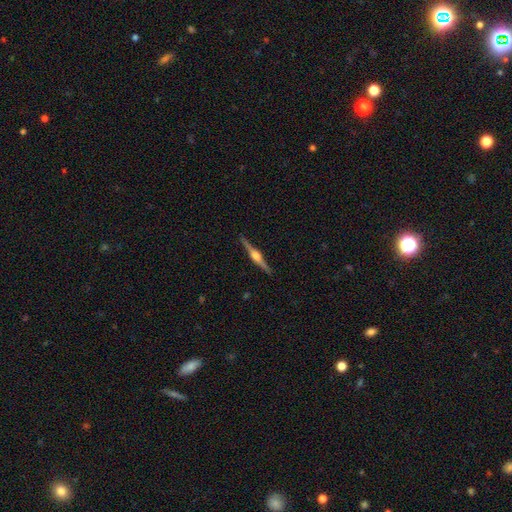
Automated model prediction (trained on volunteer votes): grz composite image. It shows a featured or disk galaxy (84%) viewed edge-on (99%) with a rounded central bulge (91%). Merging: none (91%).